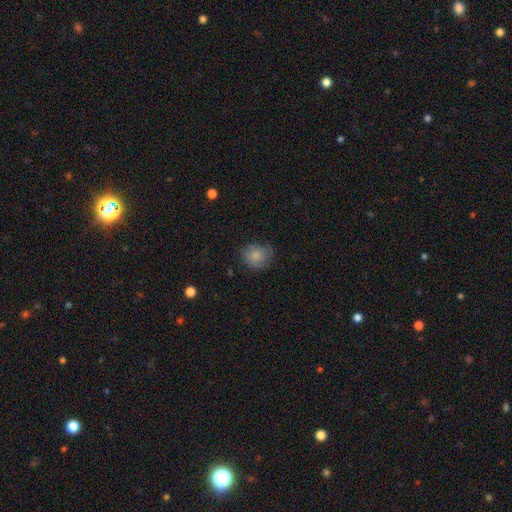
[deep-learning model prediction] This appears to be a smooth galaxy with no disk features (78%) that is round (72%). Merging: none (65%).